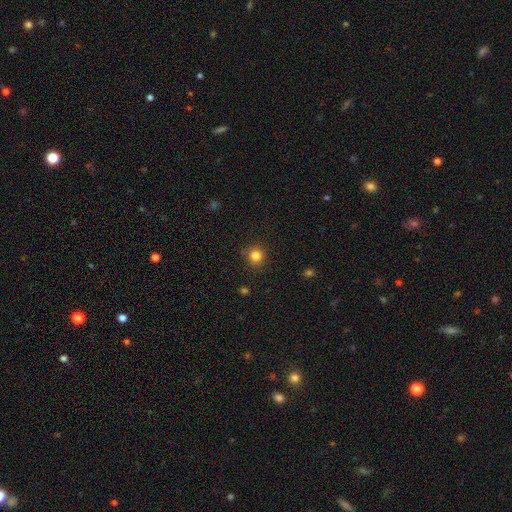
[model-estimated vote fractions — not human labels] Smooth or featured?
  - smooth: 82% *
  - star or artifact: 13%
  - featured or disk: 5%
How rounded?
  - round: 92% *
  - in between: 7%
  - cigar-shaped: 1%
Merging?
  - none: 88% *
  - minor disturbance: 8%
  - major disturbance: 2%
  - merger: 2%